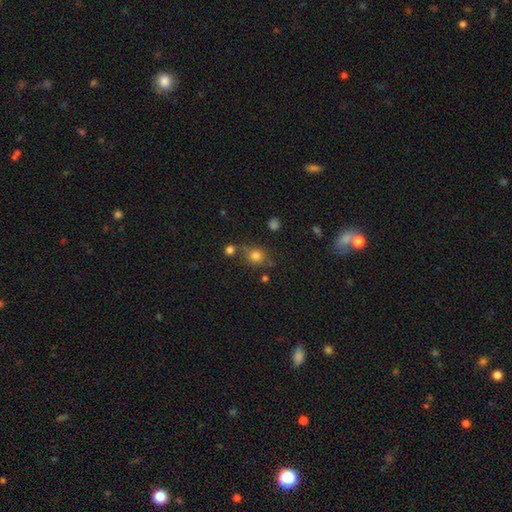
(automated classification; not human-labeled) smooth-or-featured: smooth: 79% | star or artifact: 14% | featured or disk: 7%
  how-rounded: round: 82% | in between: 17% | cigar-shaped: 1%
  merging: none: 69% | merger: 13% | minor disturbance: 13% | major disturbance: 5%